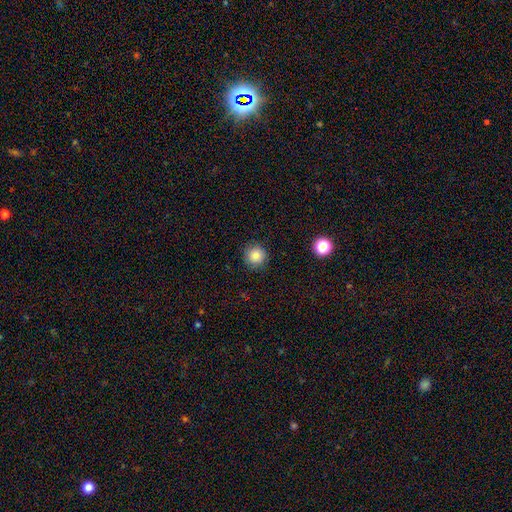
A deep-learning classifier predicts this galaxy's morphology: Smooth or featured? Predicted: smooth (p=0.84). How rounded? Predicted: round (p=0.94). Merging? Predicted: none (p=0.88).